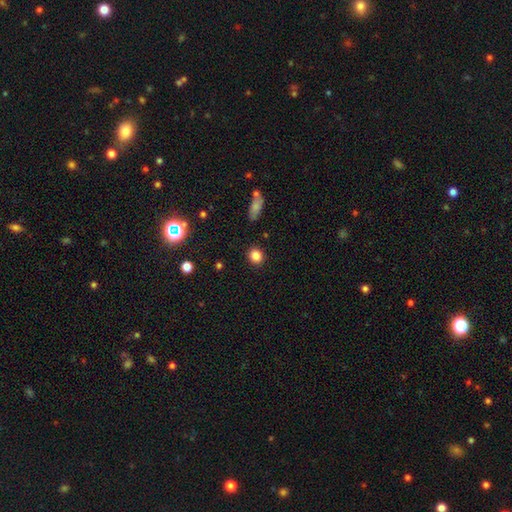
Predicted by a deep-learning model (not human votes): This appears to be a smooth galaxy with no disk features (84%) that is round (79%). Merging: none (89%).